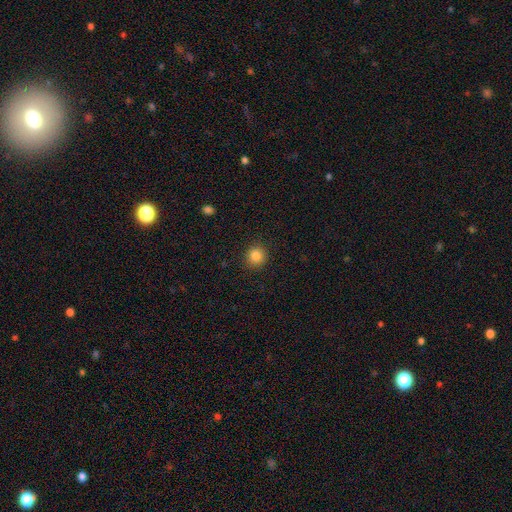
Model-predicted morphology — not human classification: Smooth or featured: smooth — 85% (star or artifact — 11%)
How rounded: round — 90% (in between — 9%)
Merging: none — 91% (minor disturbance — 6%)